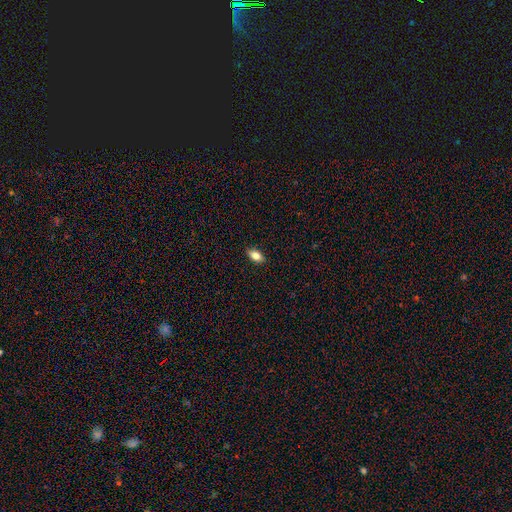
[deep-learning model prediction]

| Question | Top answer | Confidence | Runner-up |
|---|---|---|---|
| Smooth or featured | smooth | 77% | featured or disk (15%) |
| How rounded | in between | 87% | cigar-shaped (8%) |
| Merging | none | 89% | minor disturbance (8%) |